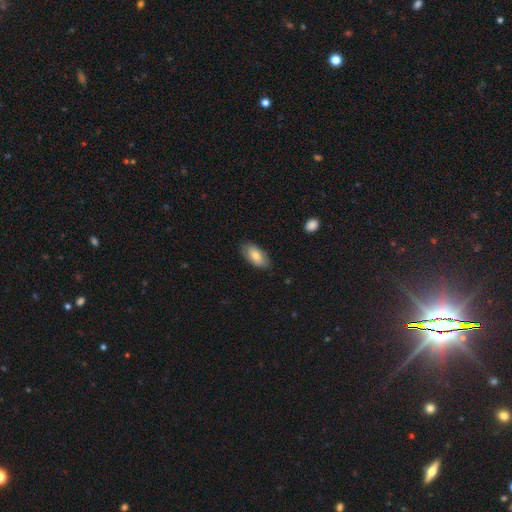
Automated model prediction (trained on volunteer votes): Smooth or featured? Predicted: smooth (p=0.75). How rounded? Predicted: in between (p=0.93). Merging? Predicted: none (p=0.81).